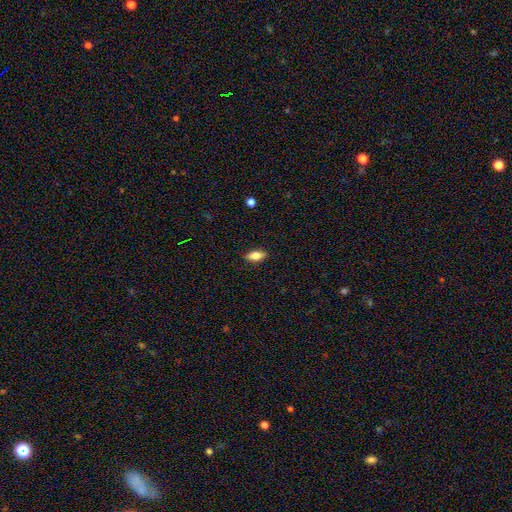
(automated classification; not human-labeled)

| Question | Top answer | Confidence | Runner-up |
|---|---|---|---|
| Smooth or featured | smooth | 75% | featured or disk (18%) |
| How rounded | in between | 82% | cigar-shaped (15%) |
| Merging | none | 88% | minor disturbance (9%) |